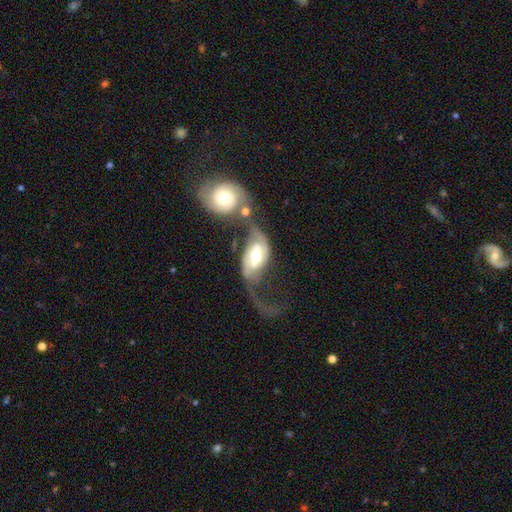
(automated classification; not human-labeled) A featured or disk galaxy (81%) with a weak bar (42%), 2 (83%) loose (55%) spiral arms (92%) and a moderate central bulge (62%). Merging: merger (46%).